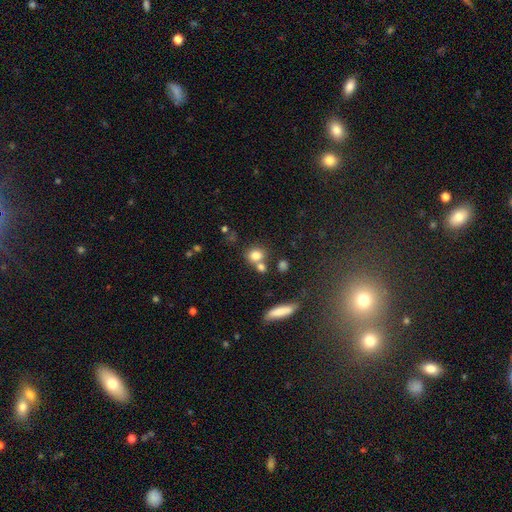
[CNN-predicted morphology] smooth-or-featured: smooth: 78% | star or artifact: 12% | featured or disk: 10%
  how-rounded: round: 64% | in between: 34% | cigar-shaped: 2%
  merging: none: 53% | merger: 32% | minor disturbance: 11% | major disturbance: 4%